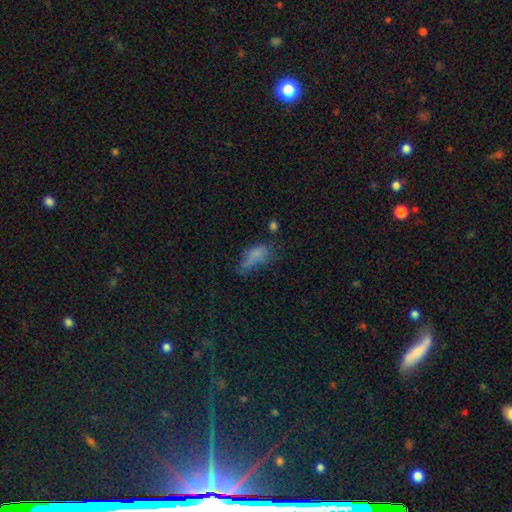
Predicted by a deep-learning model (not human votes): Smooth or featured? smooth (67%)
How rounded? in between (76%)
Merging? major disturbance (33%)